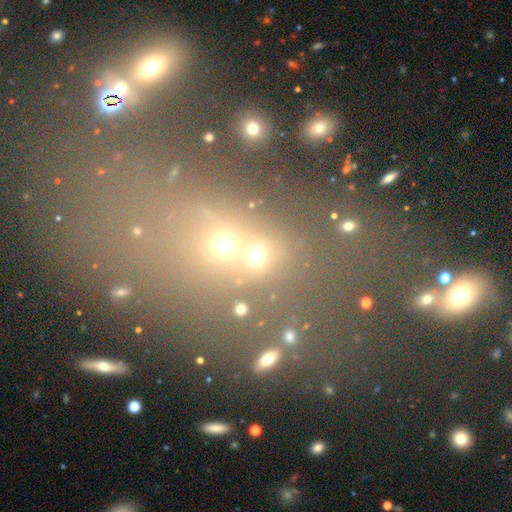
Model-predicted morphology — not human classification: Q: Smooth or featured?
A: smooth (63%); runner-up: star or artifact (26%)
Q: How rounded?
A: round (80%); runner-up: in between (18%)
Q: Merging?
A: merger (47%); runner-up: none (41%)